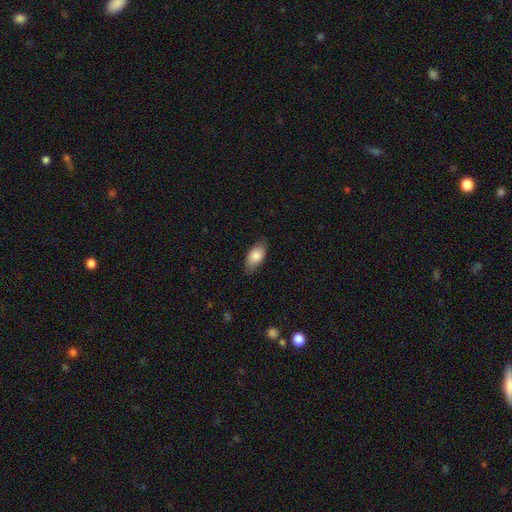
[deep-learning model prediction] Morphology: type=smooth (83%); roundness=in between (91%); merging=none (80%).